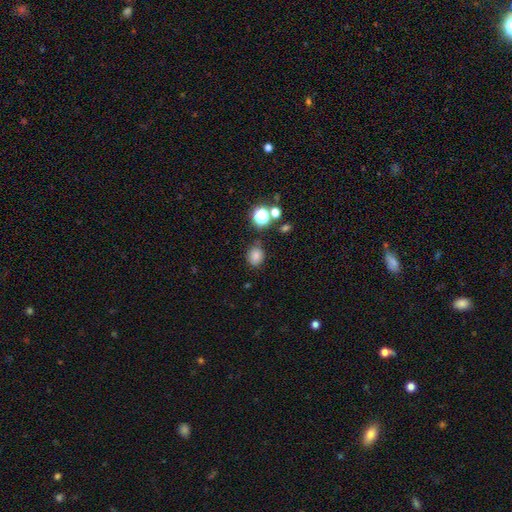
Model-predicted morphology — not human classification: type=smooth (77%); roundness=round (58%); merging=none (74%).